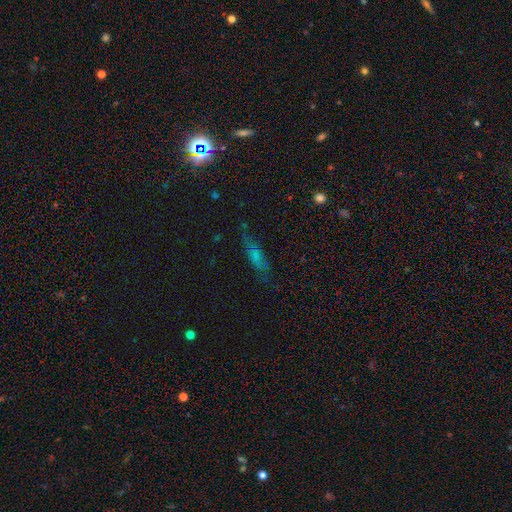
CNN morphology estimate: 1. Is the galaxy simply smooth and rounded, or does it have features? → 60% smooth, 25% featured or disk, 15% star or artifact.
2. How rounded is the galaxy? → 55% cigar-shaped, 42% in between, 3% round.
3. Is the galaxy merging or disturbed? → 66% none, 23% minor disturbance, 9% major disturbance, 3% merger.